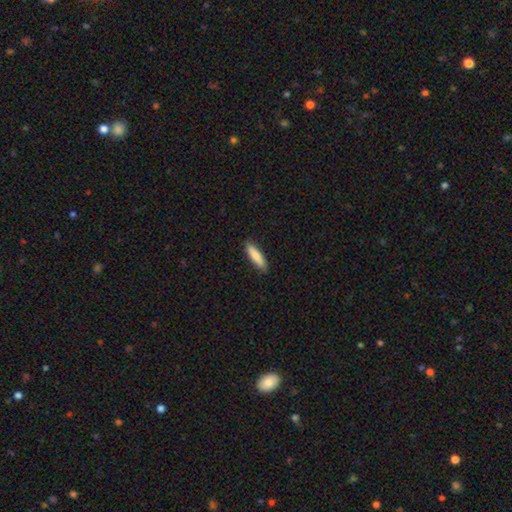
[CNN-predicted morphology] This is clearly a smooth galaxy (84%). How rounded: likely cigar-shaped (73%). Merging: clearly none (89%).